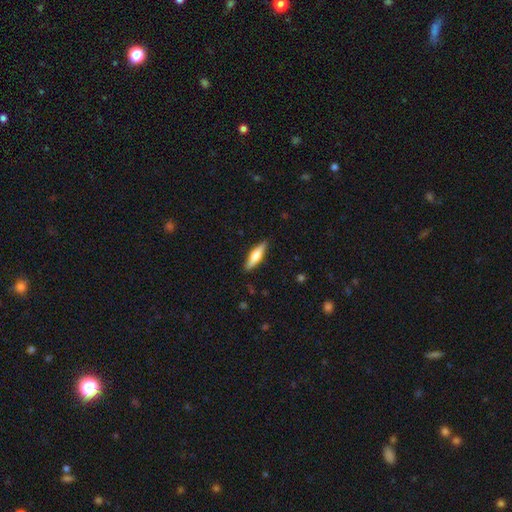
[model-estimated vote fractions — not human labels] smooth 50%, featured or disk 44%, star or artifact 5%. Down the decision tree: how rounded — cigar-shaped (66%); merging — none (89%).